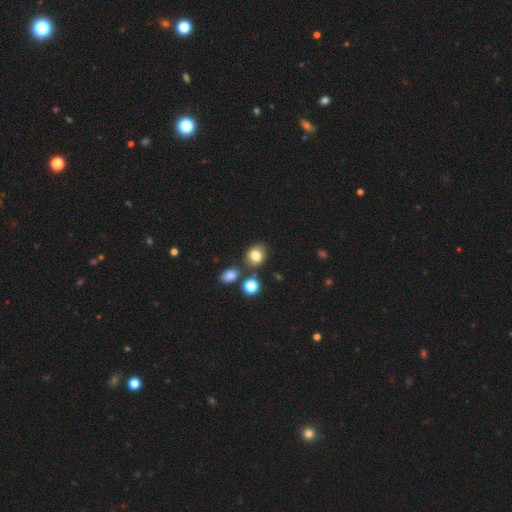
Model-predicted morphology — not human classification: smooth 80%, star or artifact 12%, featured or disk 8%. Down the decision tree: how rounded — round (60%); merging — none (73%).